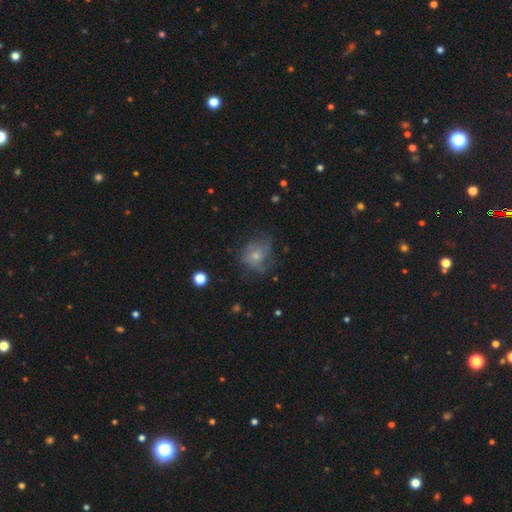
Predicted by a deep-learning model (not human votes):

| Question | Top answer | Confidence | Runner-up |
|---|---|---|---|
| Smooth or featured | smooth | 51% | featured or disk (36%) |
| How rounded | round | 61% | in between (38%) |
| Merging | none | 42% | major disturbance (29%) |